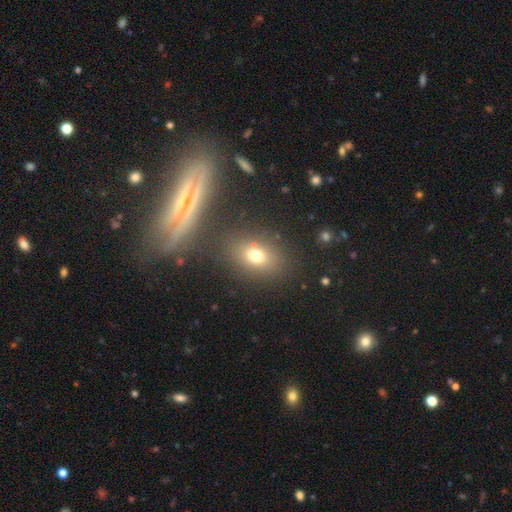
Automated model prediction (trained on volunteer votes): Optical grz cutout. It shows a smooth galaxy with no disk features (70%) that is in between round and cigar-shaped (60%). Merging: none (75%).